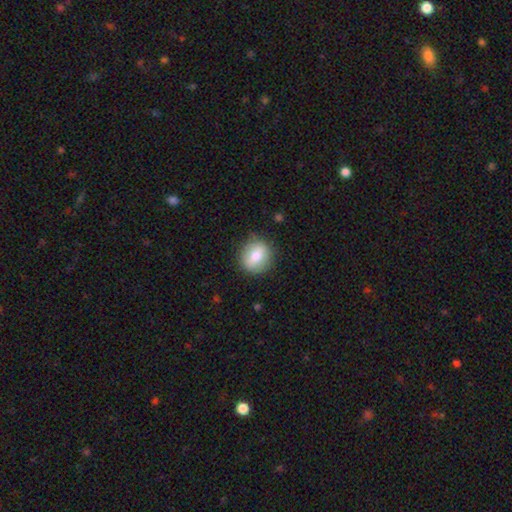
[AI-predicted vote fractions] Smooth or featured? Predicted: smooth (p=0.72). How rounded? Predicted: round (p=0.79). Merging? Predicted: none (p=0.83).